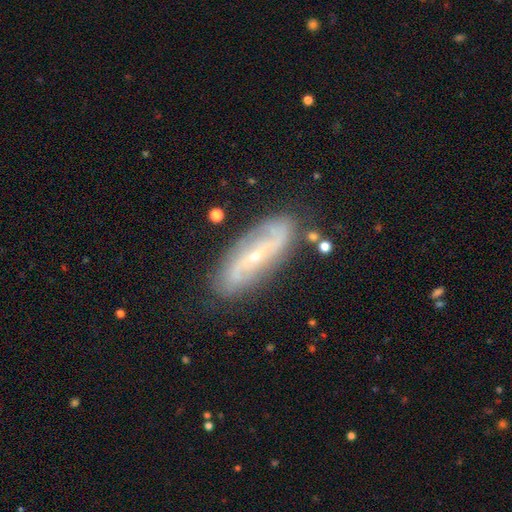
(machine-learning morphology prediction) type=featured or disk (81%); edge-on=no (85%); bar=no (35%); spiral arms=yes (89%); winding=loose (45%); arm count=2 (84%); bulge=small (79%); merging=none (81%).